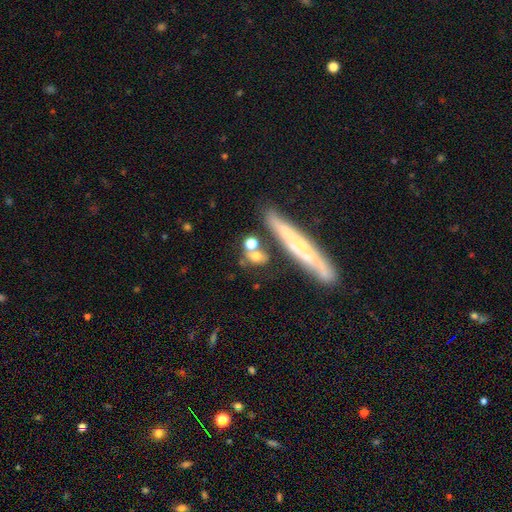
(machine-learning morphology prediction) smooth 67%, featured or disk 23%, star or artifact 11%. Down the decision tree: how rounded — round (39%); merging — none (54%).